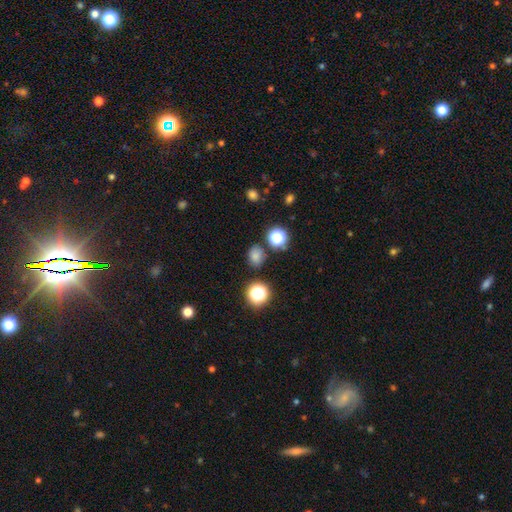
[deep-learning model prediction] Overall: smooth (74%). How rounded: round (64%; in between 35%). Merging: none (81%).